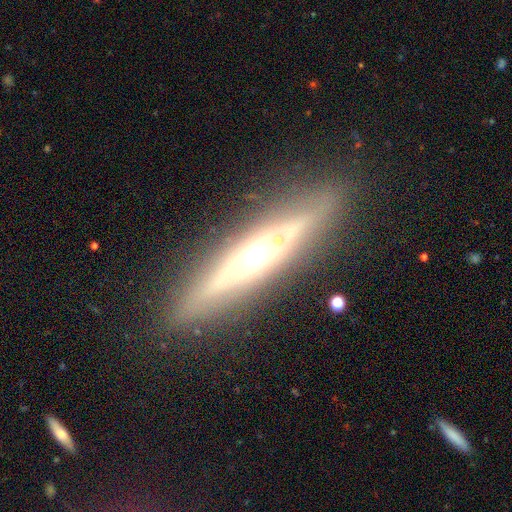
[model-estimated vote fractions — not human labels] A featured or disk galaxy (72%) viewed edge-on (84%) with a rounded central bulge (85%). Merging: none (82%).